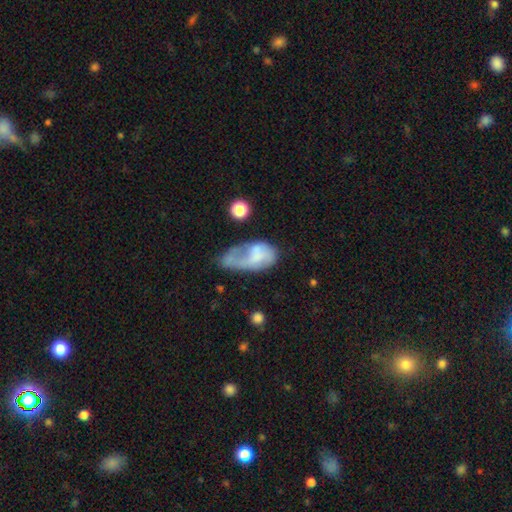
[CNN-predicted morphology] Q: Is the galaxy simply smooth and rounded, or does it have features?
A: smooth — 49%.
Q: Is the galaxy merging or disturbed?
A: major disturbance — 41%.